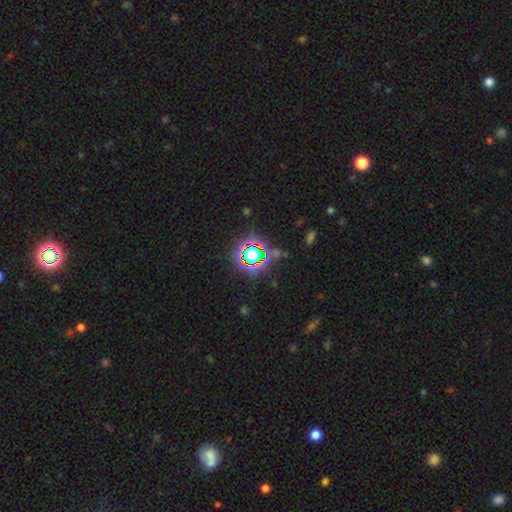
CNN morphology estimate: Smooth or featured?
  - star or artifact: 76% *
  - smooth: 15%
  - featured or disk: 9%